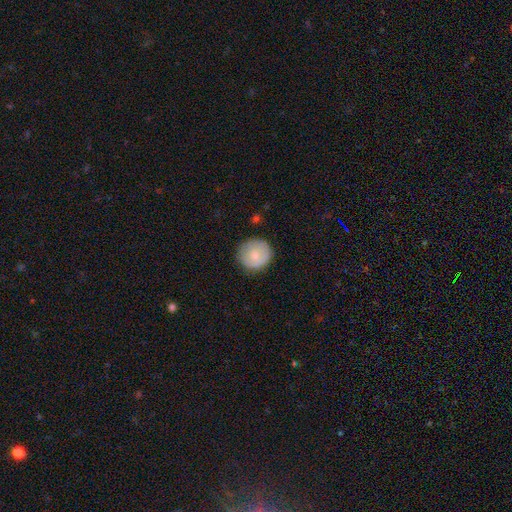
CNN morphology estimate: This is likely a smooth galaxy (73%). How rounded: clearly round (92%). Merging: clearly none (82%).